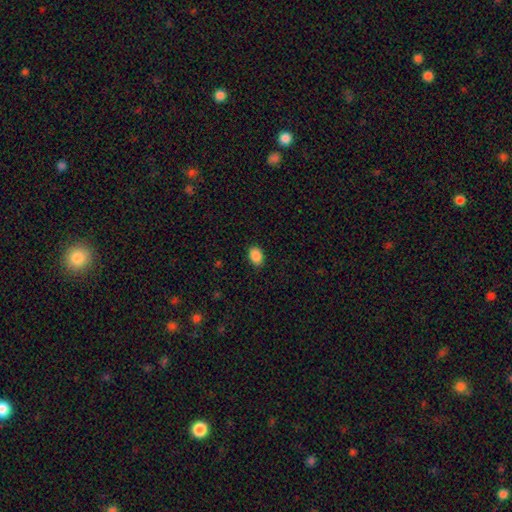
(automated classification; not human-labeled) Smooth or featured: smooth — 89% (star or artifact — 8%)
How rounded: in between — 82% (round — 17%)
Merging: none — 88% (minor disturbance — 9%)